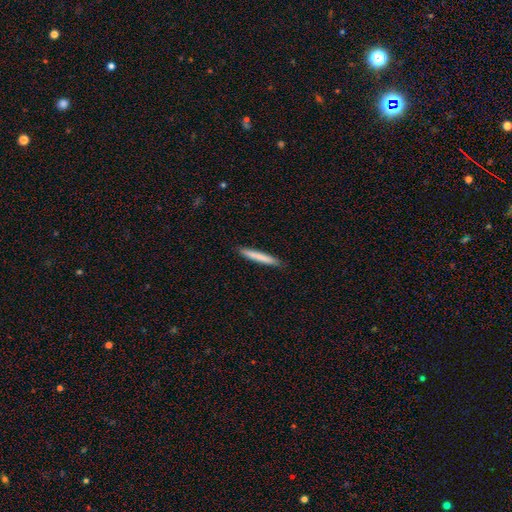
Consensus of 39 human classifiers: Smooth or featured?
  - smooth: 62% *
  - featured or disk: 33%
  - star or artifact: 5%
How rounded?
  - cigar-shaped: 100% *
  - round: 0%
  - in between: 0%
Merging?
  - none: 86% *
  - major disturbance: 8%
  - minor disturbance: 5%
  - merger: 0%